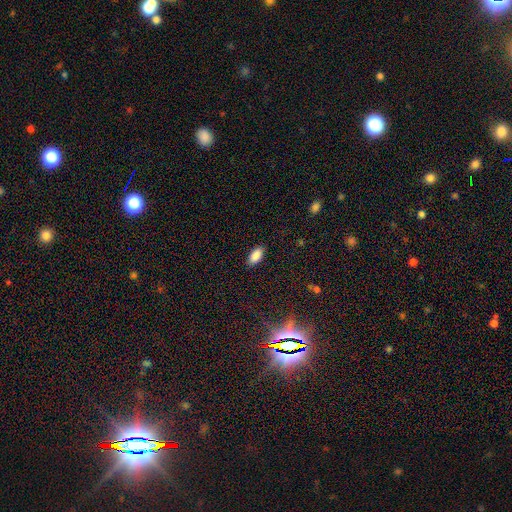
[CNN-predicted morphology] Q: Smooth or featured?
A: smooth (88%); runner-up: star or artifact (8%)
Q: How rounded?
A: in between (91%); runner-up: cigar-shaped (7%)
Q: Merging?
A: none (87%); runner-up: minor disturbance (9%)